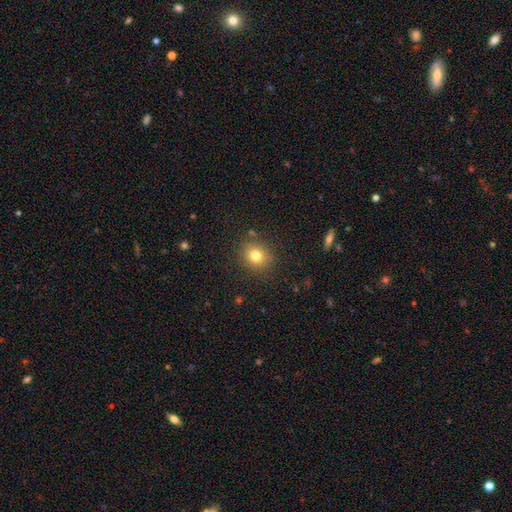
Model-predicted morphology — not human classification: A smooth galaxy with no disk features (77%) that is round (77%). Merging: none (85%).